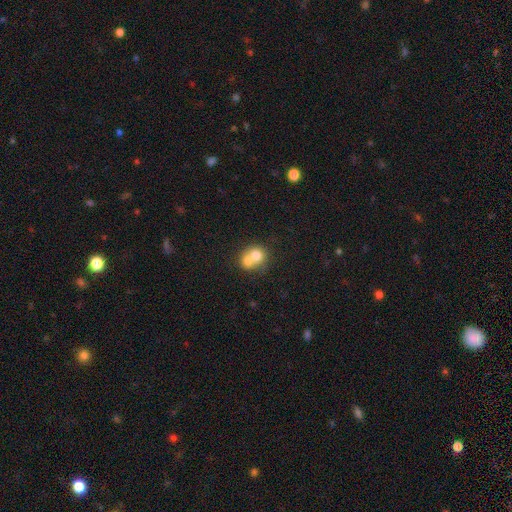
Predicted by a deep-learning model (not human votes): The model was most divided on "how rounded": round: 72%, in between: 28%, cigar-shaped: 1%. More confident: smooth or featured — smooth (70%); merging — merger (69%).